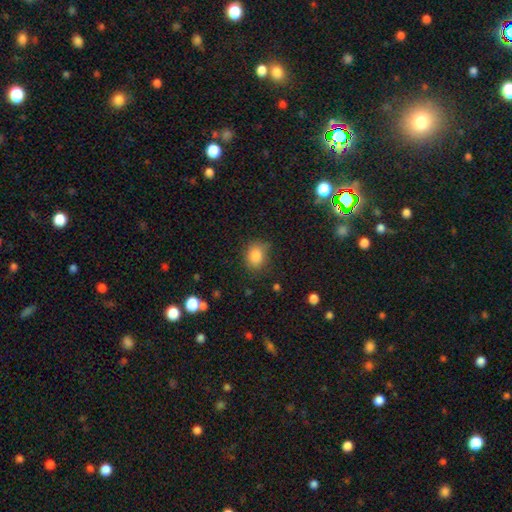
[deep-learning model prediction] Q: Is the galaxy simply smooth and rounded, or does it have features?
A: smooth — 85%.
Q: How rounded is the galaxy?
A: round — 53%.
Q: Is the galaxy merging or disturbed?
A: none — 71%.